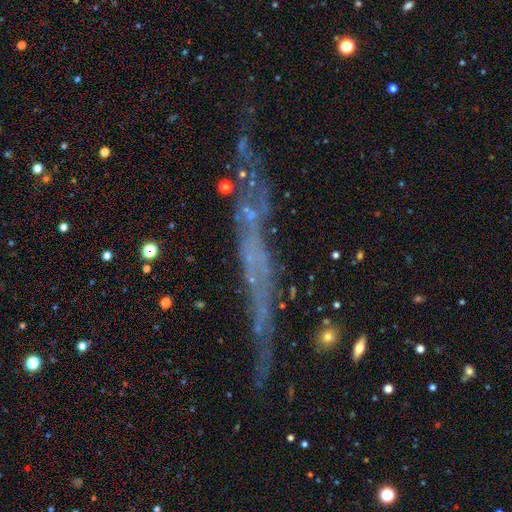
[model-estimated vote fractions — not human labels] Q: Smooth or featured?
A: featured or disk (50%); runner-up: star or artifact (27%)
Q: Edge-on disk?
A: yes (80%); runner-up: no (20%)
Q: Merging?
A: none (76%); runner-up: minor disturbance (14%)